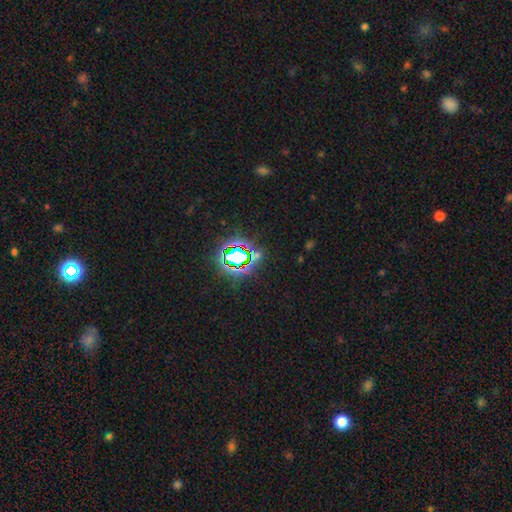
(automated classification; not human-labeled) Smooth or featured?
  - star or artifact: 72% *
  - smooth: 18%
  - featured or disk: 9%